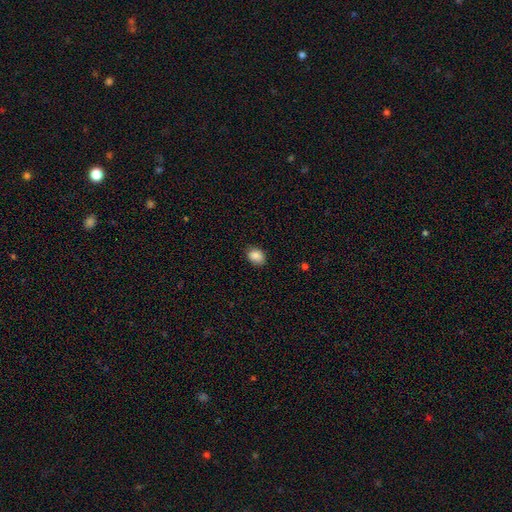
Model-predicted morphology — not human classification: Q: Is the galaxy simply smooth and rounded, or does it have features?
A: smooth — 87%.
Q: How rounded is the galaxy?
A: in between — 66%.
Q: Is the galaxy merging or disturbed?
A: none — 85%.